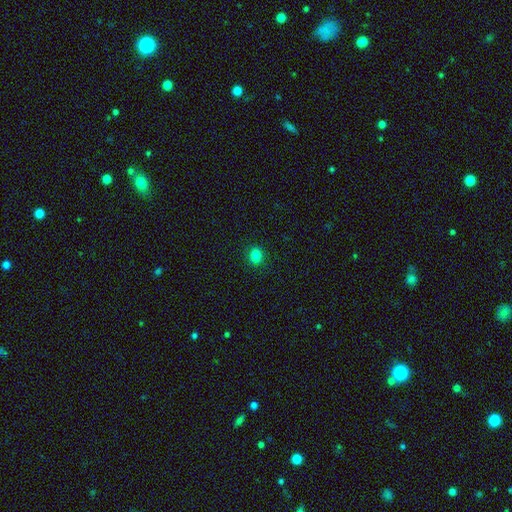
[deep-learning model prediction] This appears to be a smooth galaxy with no disk features (84%) that is in between round and cigar-shaped (50%). Merging: none (89%).